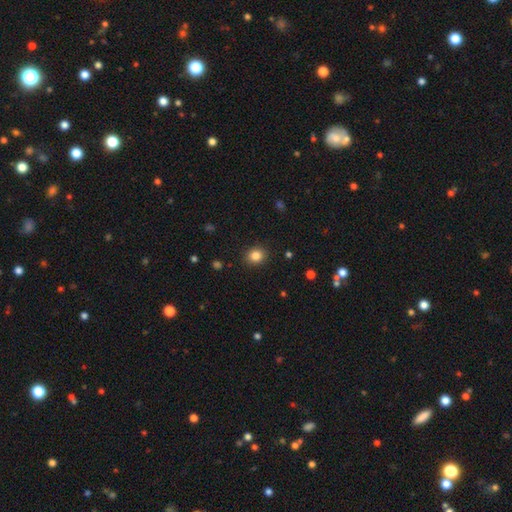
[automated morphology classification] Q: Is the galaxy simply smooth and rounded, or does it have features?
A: smooth — 84%.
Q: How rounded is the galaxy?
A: round — 72%.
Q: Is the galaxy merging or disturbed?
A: none — 90%.